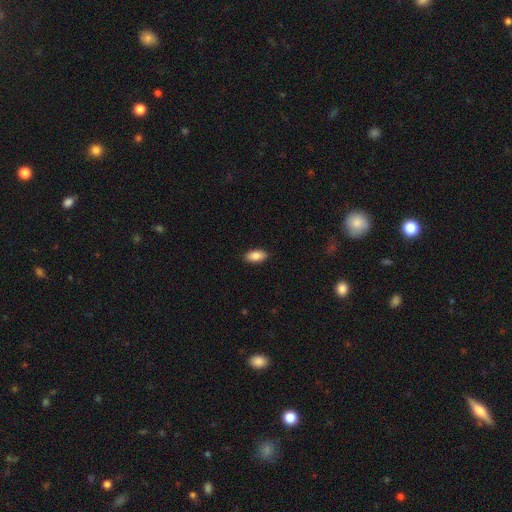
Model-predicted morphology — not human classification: Smooth or featured? Predicted: smooth (p=0.87). How rounded? Predicted: in between (p=0.93). Merging? Predicted: none (p=0.89).